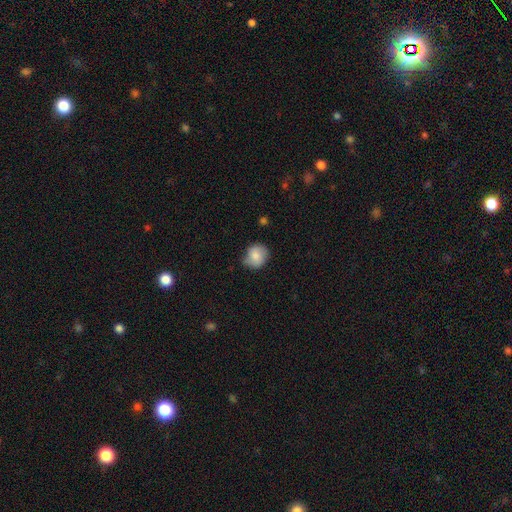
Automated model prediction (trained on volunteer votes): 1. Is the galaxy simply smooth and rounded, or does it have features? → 78% smooth, 14% featured or disk, 8% star or artifact.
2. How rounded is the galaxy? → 75% round, 25% in between, 1% cigar-shaped.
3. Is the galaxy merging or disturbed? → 63% none, 29% minor disturbance, 6% major disturbance, 2% merger.